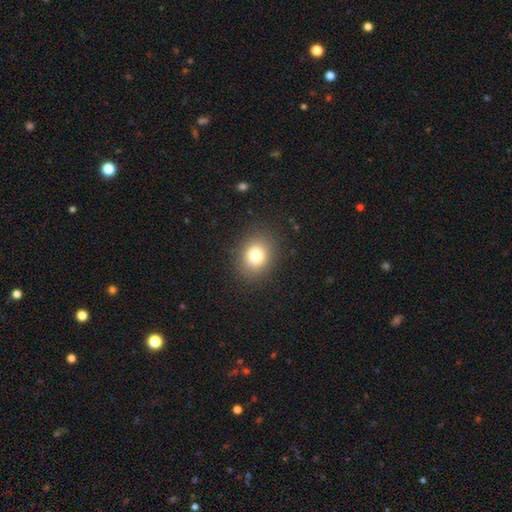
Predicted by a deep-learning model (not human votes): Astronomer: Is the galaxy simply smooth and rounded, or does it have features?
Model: smooth — 78%.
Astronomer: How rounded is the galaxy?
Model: round — 63%.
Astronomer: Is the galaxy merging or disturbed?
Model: none — 87%.